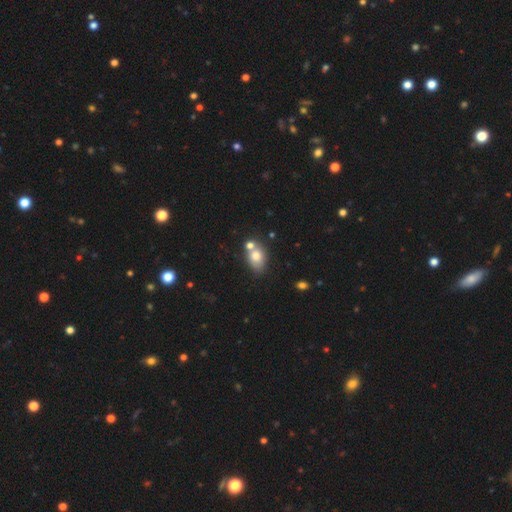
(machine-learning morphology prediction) The model was most divided on "merging": none: 47%, merger: 35%, minor disturbance: 13%, major disturbance: 5%. More confident: smooth or featured — smooth (75%); how rounded — in between (72%).